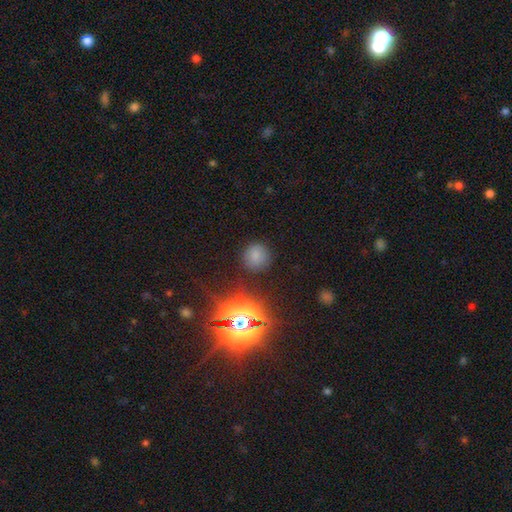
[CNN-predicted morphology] This appears to be a smooth galaxy with no disk features (73%) that is round (88%). Merging: none (85%).